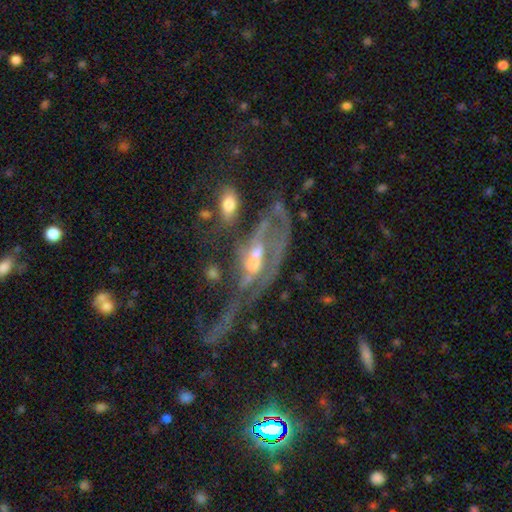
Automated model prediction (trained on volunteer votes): smooth_or_featured: featured or disk (p=0.73) [alt: smooth p=0.16]
disk_edge_on: no (p=0.90) [alt: yes p=0.10]
bar: no (p=0.62) [alt: weak p=0.26]
has_spiral_arms: yes (p=0.59) [alt: no p=0.41]
bulge_size: moderate (p=0.43) [alt: small p=0.40]
merging: major disturbance (p=0.42) [alt: merger p=0.31]